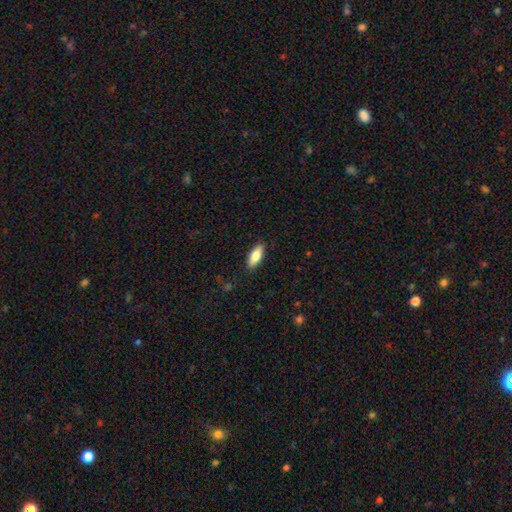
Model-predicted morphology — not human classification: type=smooth (79%); roundness=in between (75%); merging=none (88%).